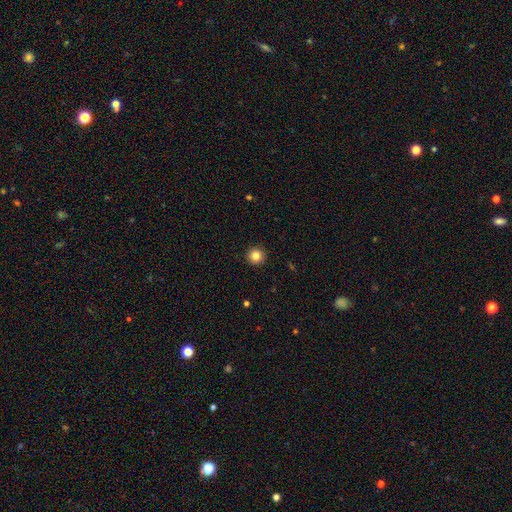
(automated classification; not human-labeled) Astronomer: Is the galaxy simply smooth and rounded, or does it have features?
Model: smooth — 85%.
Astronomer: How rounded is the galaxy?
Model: round — 96%.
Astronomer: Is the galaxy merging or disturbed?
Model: none — 93%.